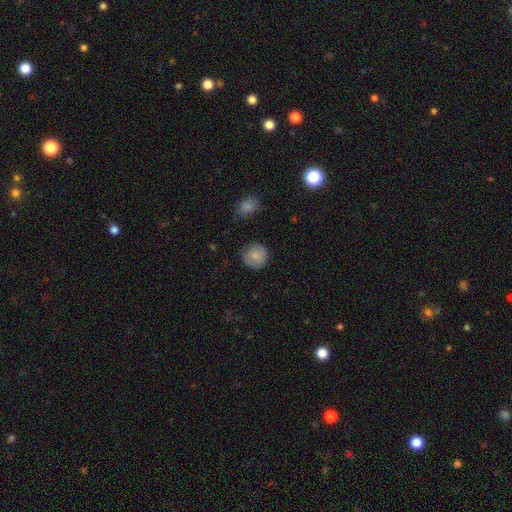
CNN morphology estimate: smooth-or-featured: smooth: 79% | featured or disk: 14% | star or artifact: 7%
  how-rounded: round: 91% | in between: 8% | cigar-shaped: 1%
  merging: none: 80% | minor disturbance: 15% | major disturbance: 3% | merger: 2%